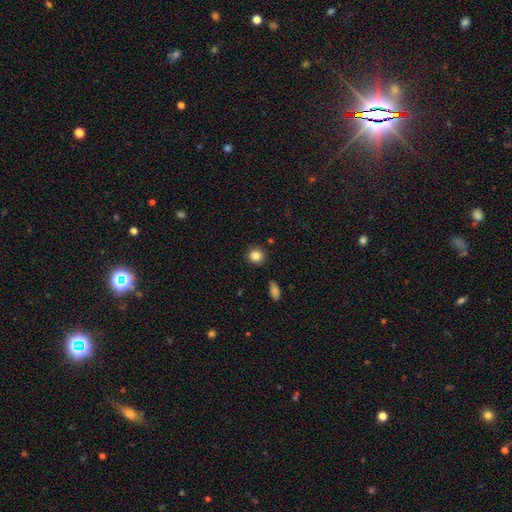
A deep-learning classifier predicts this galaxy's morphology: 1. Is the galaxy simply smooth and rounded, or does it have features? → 85% smooth, 10% star or artifact, 5% featured or disk.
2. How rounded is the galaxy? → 88% round, 11% in between, 1% cigar-shaped.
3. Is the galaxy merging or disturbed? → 89% none, 7% minor disturbance, 2% merger, 2% major disturbance.